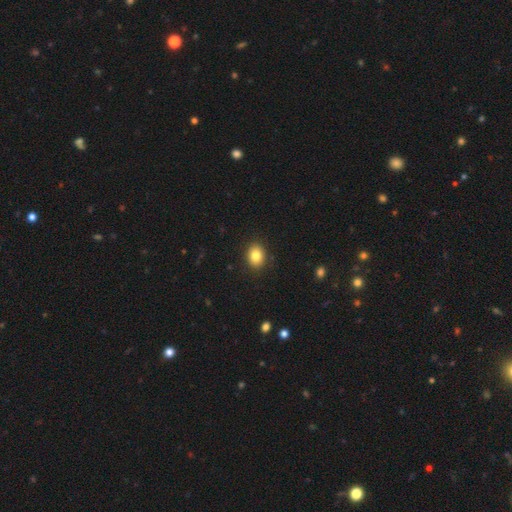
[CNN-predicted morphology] type=smooth (84%); roundness=in between (55%); merging=none (90%).